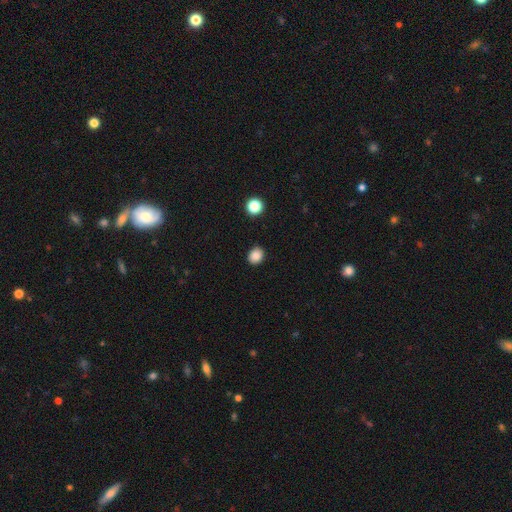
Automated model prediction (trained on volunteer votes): Smooth or featured? Predicted: smooth (p=0.86). How rounded? Predicted: round (p=0.62). Merging? Predicted: none (p=0.89).